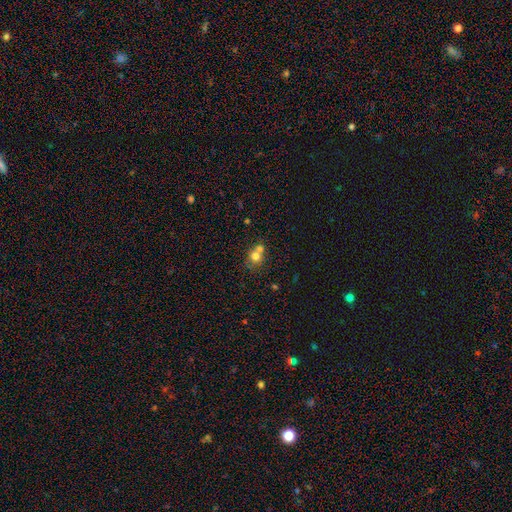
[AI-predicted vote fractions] Smooth or featured?
  - smooth: 71% *
  - featured or disk: 16%
  - star or artifact: 13%
How rounded?
  - round: 76% *
  - in between: 23%
  - cigar-shaped: 1%
Merging?
  - merger: 56% *
  - none: 34%
  - minor disturbance: 7%
  - major disturbance: 3%